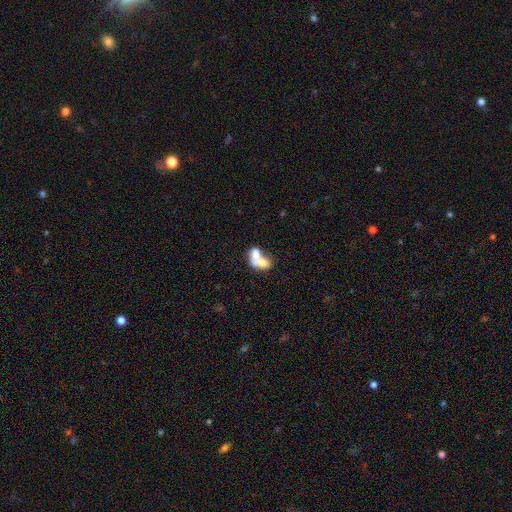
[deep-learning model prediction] Overall: smooth (61%; featured or disk 30%). How rounded: in between (77%). Merging: merger (74%).